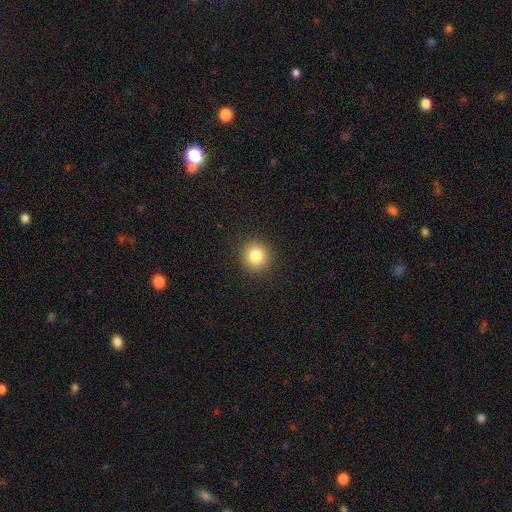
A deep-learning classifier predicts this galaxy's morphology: A smooth galaxy with no disk features (83%) that is round (91%).

Vote fractions:
- Smooth or featured? smooth: 83% / star or artifact: 11% / featured or disk: 6%
- How rounded? round: 91% / in between: 8% / cigar-shaped: 1%
- Merging? none: 91% / minor disturbance: 6% / major disturbance: 2% / merger: 1%